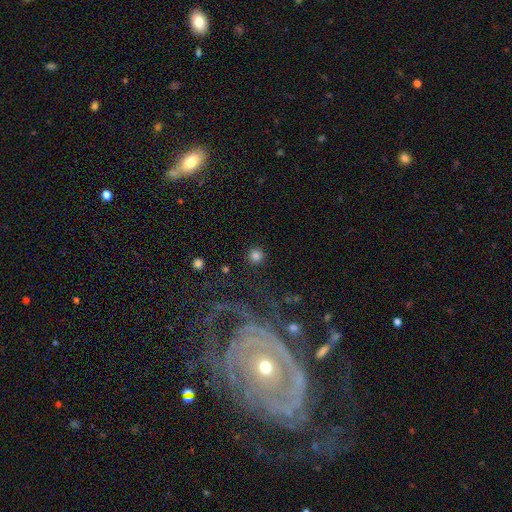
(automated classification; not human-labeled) Smooth or featured? smooth (80%)
How rounded? round (95%)
Merging? none (90%)